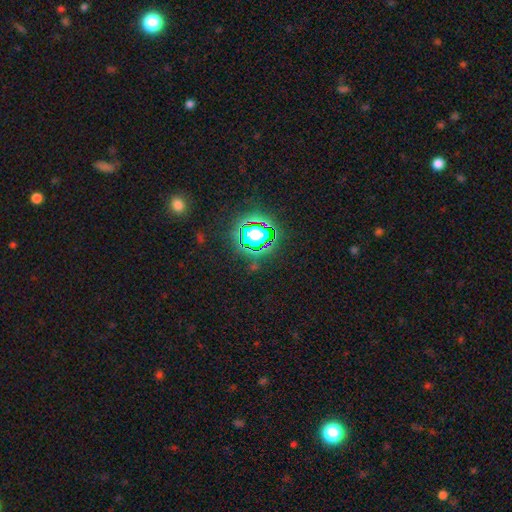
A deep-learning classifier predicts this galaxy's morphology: Smooth or featured: star or artifact — 75% (smooth — 17%)